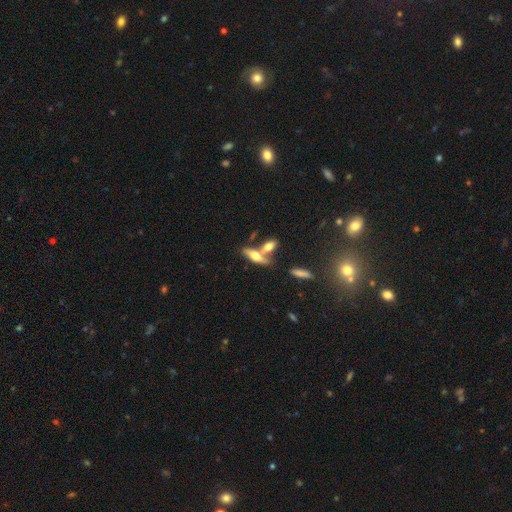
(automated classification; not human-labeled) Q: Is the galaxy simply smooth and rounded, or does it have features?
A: smooth — 48%.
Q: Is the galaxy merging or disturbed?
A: none — 44%.